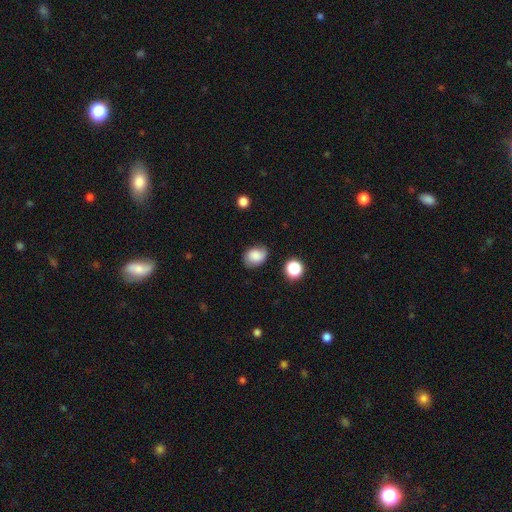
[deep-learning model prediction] Q: Smooth or featured?
A: smooth (76%); runner-up: featured or disk (14%)
Q: How rounded?
A: in between (62%); runner-up: round (37%)
Q: Merging?
A: none (69%); runner-up: minor disturbance (23%)